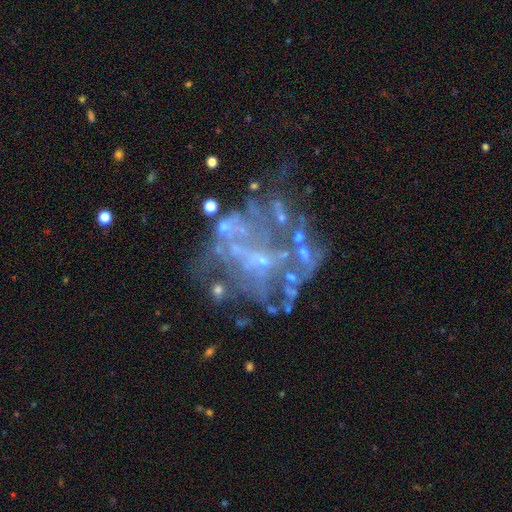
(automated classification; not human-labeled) featured or disk 72%, star or artifact 18%, smooth 10%. Down the decision tree: edge-on disk — no (98%); bar — no (76%); spiral arms — no (71%); bulge size — small (47%); merging — none (44%).